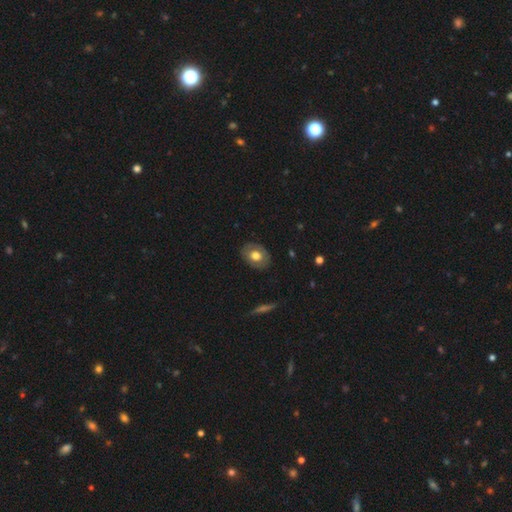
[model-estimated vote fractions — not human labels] smooth 63%, featured or disk 30%, star or artifact 7%. Down the decision tree: how rounded — in between (69%); merging — none (84%).